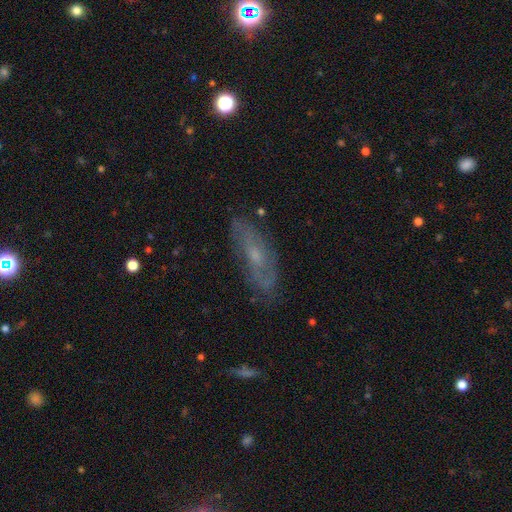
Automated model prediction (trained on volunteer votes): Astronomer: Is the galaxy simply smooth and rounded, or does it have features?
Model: featured or disk — 59%.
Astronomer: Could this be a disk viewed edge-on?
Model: no — 75%.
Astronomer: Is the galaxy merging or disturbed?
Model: none — 75%.